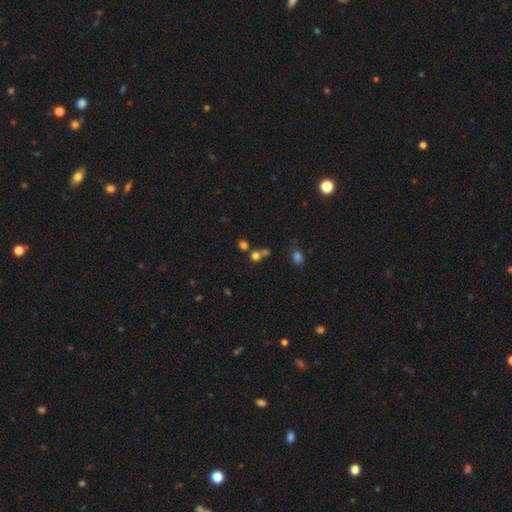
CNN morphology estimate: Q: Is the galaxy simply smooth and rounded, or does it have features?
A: smooth — 66%.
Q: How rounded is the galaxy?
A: round — 84%.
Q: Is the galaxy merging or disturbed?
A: none — 54%.